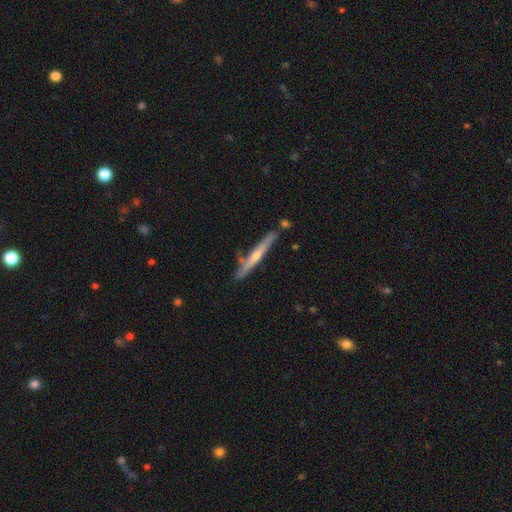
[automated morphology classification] smooth-or-featured: featured or disk: 62% | smooth: 32% | star or artifact: 6%
  disk-edge-on: yes: 96% | no: 4%
    edge-on-bulge: rounded: 67% | none: 28% | boxy: 5%
  merging: none: 80% | minor disturbance: 13% | merger: 5% | major disturbance: 2%